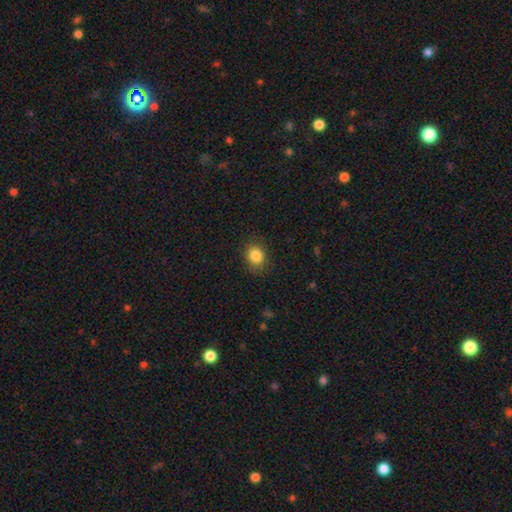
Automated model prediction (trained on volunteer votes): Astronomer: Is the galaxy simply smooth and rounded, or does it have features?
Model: smooth — 85%.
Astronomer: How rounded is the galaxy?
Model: round — 64%.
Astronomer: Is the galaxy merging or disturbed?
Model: none — 86%.